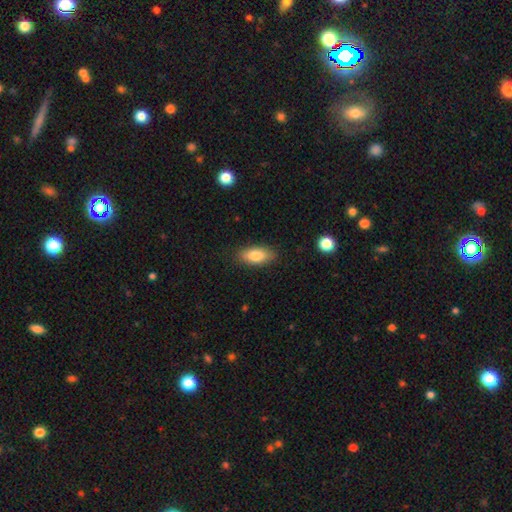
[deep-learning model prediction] This is clearly a smooth galaxy (81%). How rounded: clearly in between (86%). Merging: clearly none (86%).